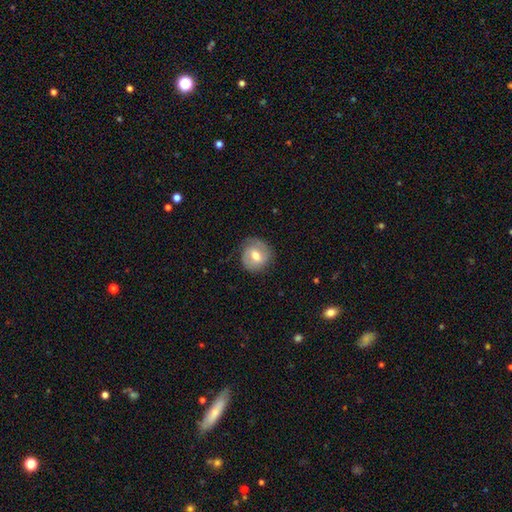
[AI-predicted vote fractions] This is possibly a featured or disk galaxy (47%). Merging: likely none (76%).